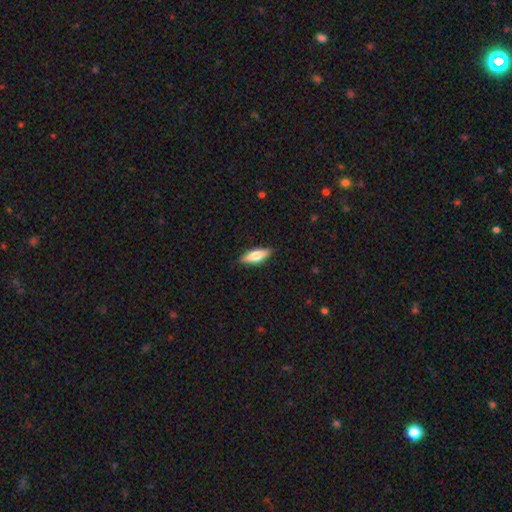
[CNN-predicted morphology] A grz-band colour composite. It shows a smooth galaxy with no disk features (71%) that is in between round and cigar-shaped (60%). Merging: none (87%).